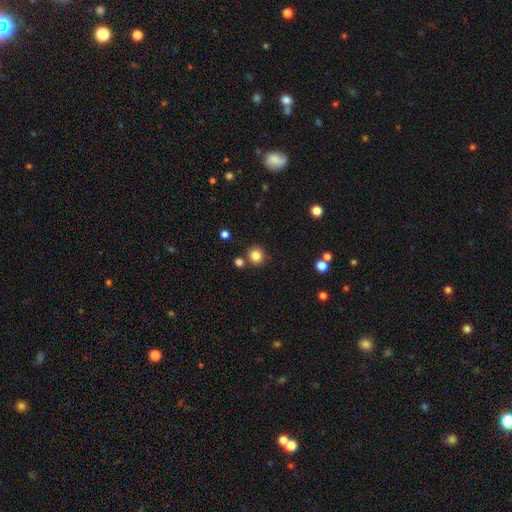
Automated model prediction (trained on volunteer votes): Smooth or featured? Predicted: smooth (p=0.85). How rounded? Predicted: round (p=0.92). Merging? Predicted: none (p=0.82).